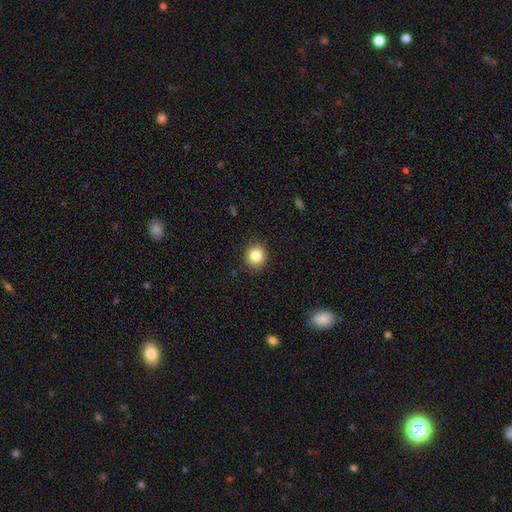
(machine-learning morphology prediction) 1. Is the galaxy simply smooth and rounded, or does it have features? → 84% smooth, 10% star or artifact, 6% featured or disk.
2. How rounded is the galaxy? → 88% round, 11% in between, 1% cigar-shaped.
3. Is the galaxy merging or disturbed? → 90% none, 7% minor disturbance, 2% major disturbance, 1% merger.